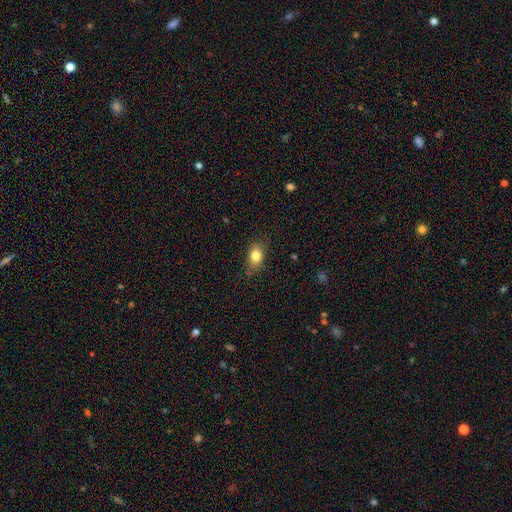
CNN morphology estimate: The model was most divided on "how rounded": in between: 76%, round: 22%, cigar-shaped: 2%. More confident: smooth or featured — smooth (82%); merging — none (78%).